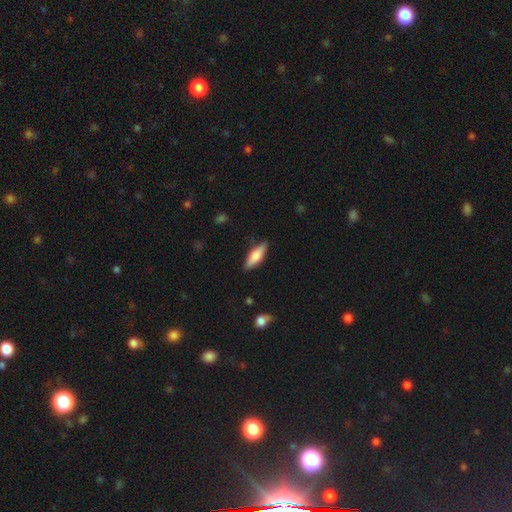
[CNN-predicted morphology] A smooth galaxy with no disk features (66%) that is cigar-shaped (50%).

Vote fractions:
- Smooth or featured? smooth: 66% / featured or disk: 29% / star or artifact: 6%
- How rounded? cigar-shaped: 50% / in between: 48% / round: 2%
- Merging? none: 86% / minor disturbance: 11% / major disturbance: 2% / merger: 1%